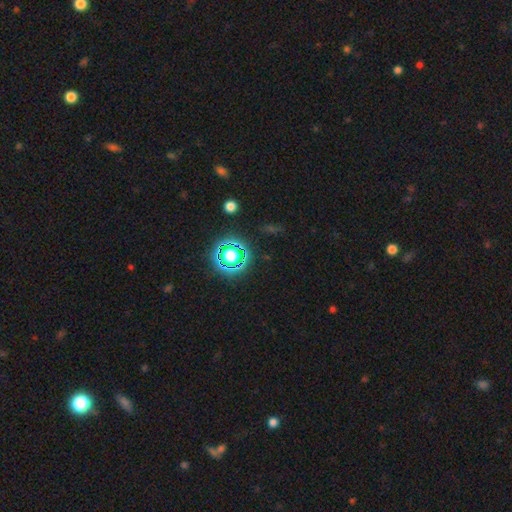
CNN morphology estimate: smooth_or_featured: star or artifact (p=0.78) [alt: smooth p=0.15]